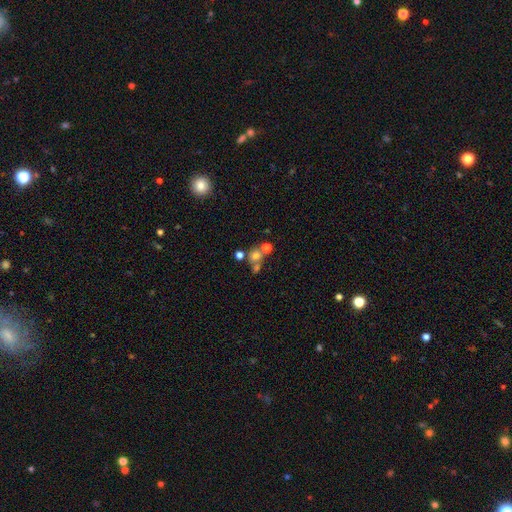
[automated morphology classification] This appears to be a smooth galaxy with no disk features (64%) that is round (84%). Merging: none (48%).